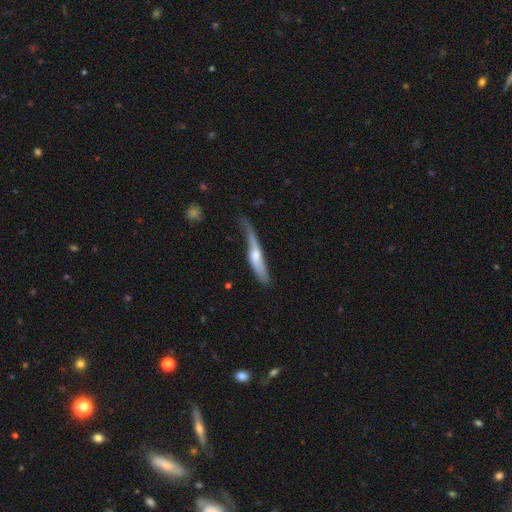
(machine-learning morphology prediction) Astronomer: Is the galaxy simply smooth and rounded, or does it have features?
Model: featured or disk — 48% (runner-up: smooth, 47%).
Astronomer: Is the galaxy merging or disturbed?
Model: none — 37% (runner-up: minor disturbance, 36%).